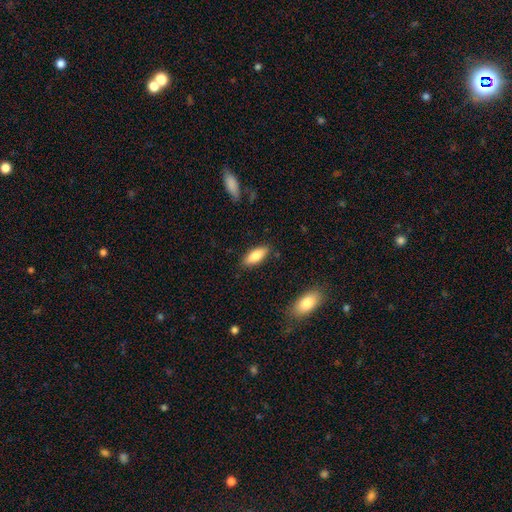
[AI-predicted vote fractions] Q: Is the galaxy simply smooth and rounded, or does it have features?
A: smooth — 81%.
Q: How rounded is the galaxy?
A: in between — 78%.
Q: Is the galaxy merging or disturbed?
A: none — 86%.